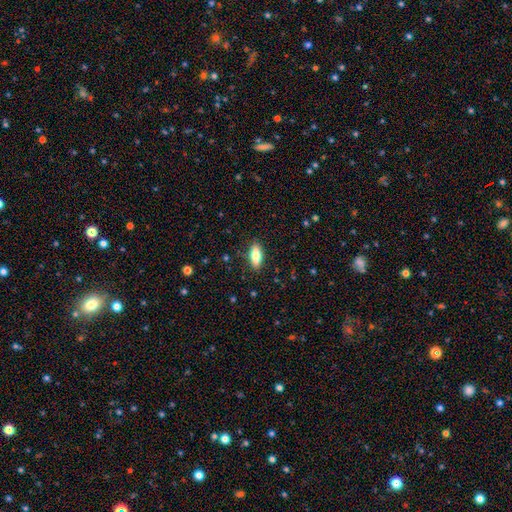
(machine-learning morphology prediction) smooth_or_featured: smooth (p=0.78) [alt: featured or disk p=0.15]
how_rounded: in between (p=0.77) [alt: cigar-shaped p=0.20]
merging: none (p=0.87) [alt: minor disturbance p=0.10]